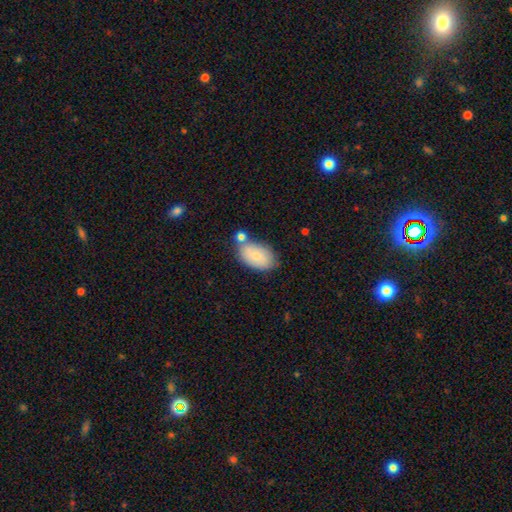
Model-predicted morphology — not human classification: type=smooth (76%); roundness=in between (93%); merging=none (57%).